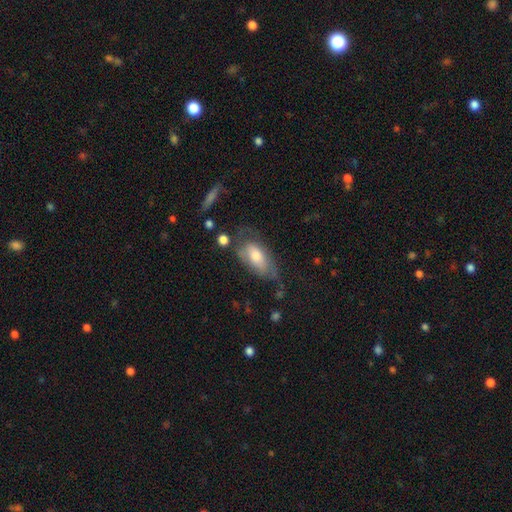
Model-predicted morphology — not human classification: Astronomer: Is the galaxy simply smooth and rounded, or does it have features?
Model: smooth — 60%.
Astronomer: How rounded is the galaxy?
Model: in between — 88%.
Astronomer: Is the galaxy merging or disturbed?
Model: none — 42% (runner-up: minor disturbance, 31%).